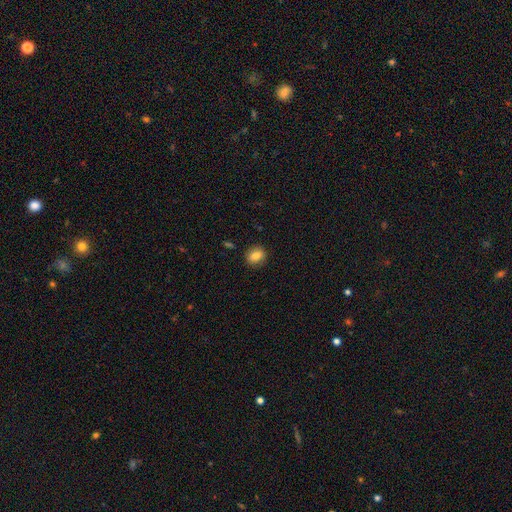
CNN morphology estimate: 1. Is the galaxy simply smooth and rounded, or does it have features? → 82% smooth, 9% star or artifact, 9% featured or disk.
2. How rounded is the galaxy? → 59% round, 39% in between, 1% cigar-shaped.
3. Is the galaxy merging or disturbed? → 87% none, 9% minor disturbance, 2% major disturbance, 1% merger.